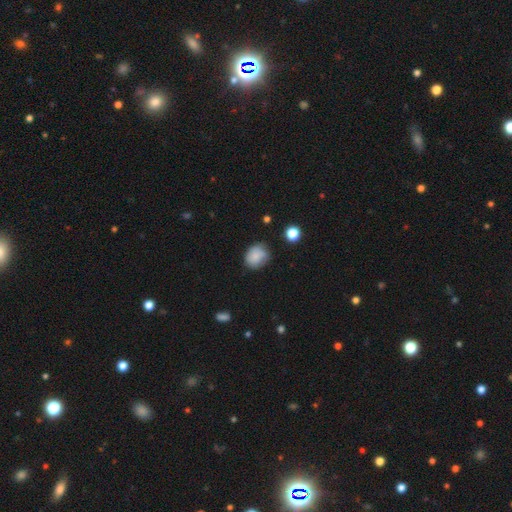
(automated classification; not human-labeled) Morphology: type=smooth (79%); roundness=round (61%); merging=none (59%).